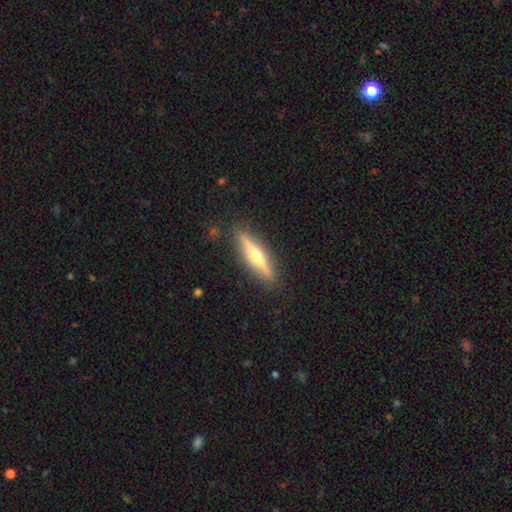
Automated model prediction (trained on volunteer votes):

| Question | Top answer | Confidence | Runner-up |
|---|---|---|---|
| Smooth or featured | featured or disk | 66% | smooth (28%) |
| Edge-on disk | yes | 96% | no (4%) |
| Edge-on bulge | rounded | 88% | none (6%) |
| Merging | none | 89% | minor disturbance (8%) |